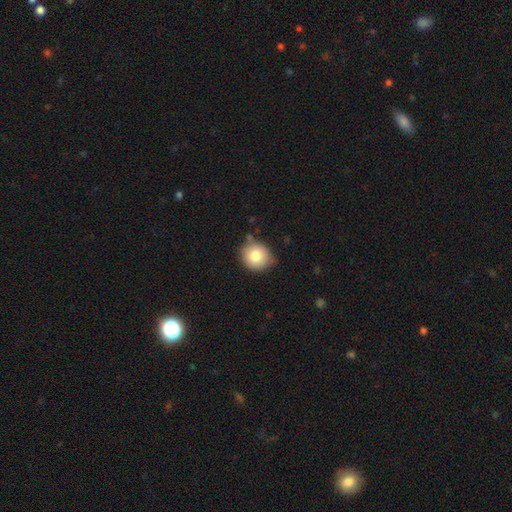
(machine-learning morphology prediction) smooth_or_featured: smooth (p=0.81) [alt: featured or disk p=0.10]
how_rounded: round (p=0.84) [alt: in between p=0.15]
merging: none (p=0.74) [alt: minor disturbance p=0.19]